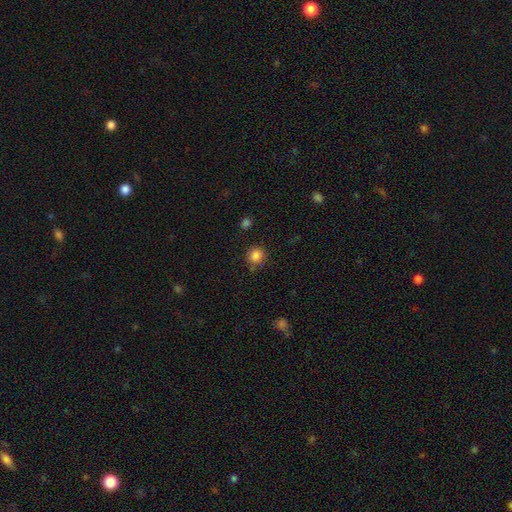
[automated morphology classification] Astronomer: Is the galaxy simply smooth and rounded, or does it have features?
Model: smooth — 85%.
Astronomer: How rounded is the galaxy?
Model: round — 83%.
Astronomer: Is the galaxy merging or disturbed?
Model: none — 79%.